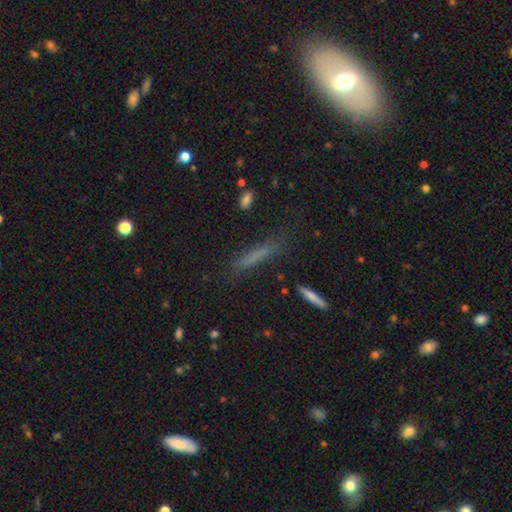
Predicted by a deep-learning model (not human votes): Smooth or featured?
  - smooth: 64% *
  - featured or disk: 21%
  - star or artifact: 14%
How rounded?
  - cigar-shaped: 90% *
  - in between: 8%
  - round: 2%
Merging?
  - none: 77% *
  - minor disturbance: 15%
  - major disturbance: 5%
  - merger: 3%